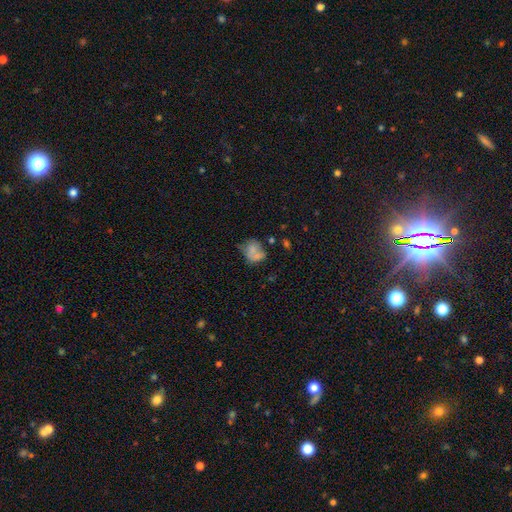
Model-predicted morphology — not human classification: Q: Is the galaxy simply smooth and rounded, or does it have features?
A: smooth — 49%.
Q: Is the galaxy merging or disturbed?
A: none — 43%.